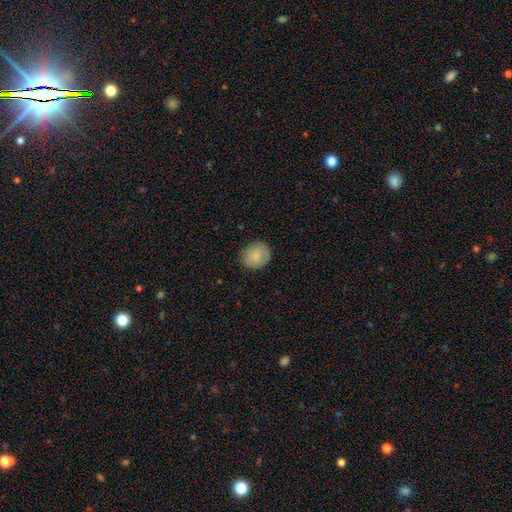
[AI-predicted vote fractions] Smooth or featured?
  - smooth: 84% *
  - featured or disk: 10%
  - star or artifact: 7%
How rounded?
  - round: 74% *
  - in between: 26%
  - cigar-shaped: 1%
Merging?
  - none: 84% *
  - minor disturbance: 12%
  - major disturbance: 3%
  - merger: 1%